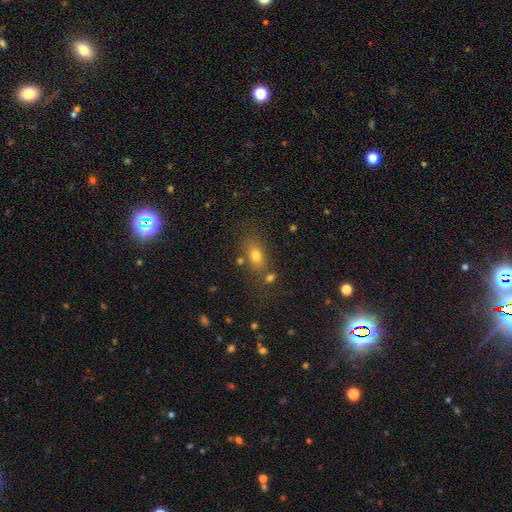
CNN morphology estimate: Overall: smooth (73%). How rounded: in between (78%). Merging: none (68%).